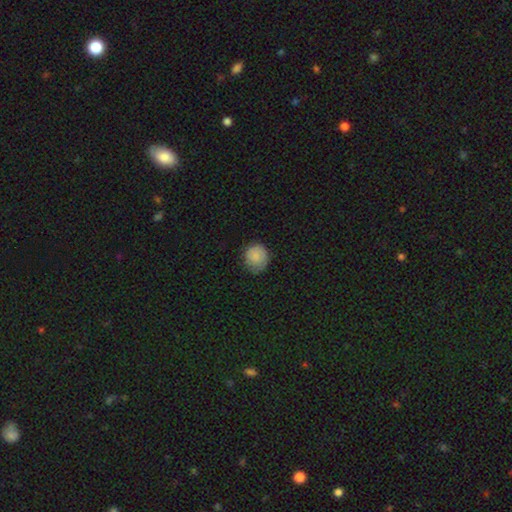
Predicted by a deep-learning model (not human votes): smooth_or_featured: smooth (p=0.84) [alt: featured or disk p=0.08]
how_rounded: round (p=0.82) [alt: in between p=0.17]
merging: none (p=0.76) [alt: minor disturbance p=0.19]